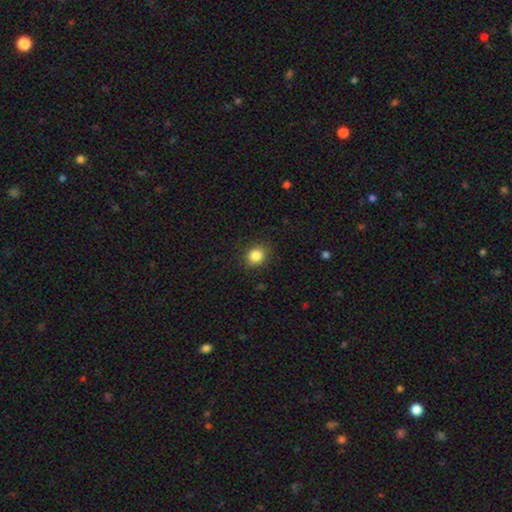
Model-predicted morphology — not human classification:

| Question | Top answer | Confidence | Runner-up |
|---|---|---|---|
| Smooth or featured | smooth | 85% | star or artifact (10%) |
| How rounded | round | 73% | in between (26%) |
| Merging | none | 89% | minor disturbance (8%) |